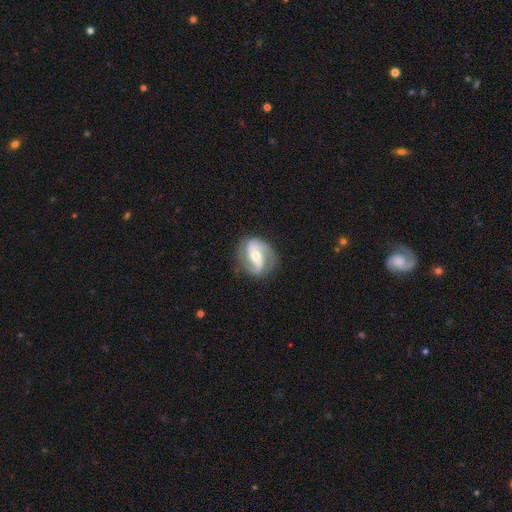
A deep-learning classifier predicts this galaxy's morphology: This is clearly a featured or disk galaxy (86%). It is clearly not viewed edge-on (97%). Bar: marginally strong (36%). Spiral arm pattern: clearly yes (96%). Spiral arm count: clearly 2 (88%). Spiral winding: possibly medium (49%). Central bulge: likely moderate (61%). Merging: clearly none (81%).